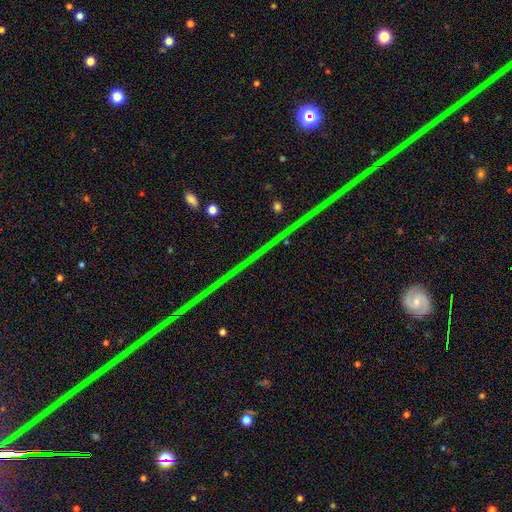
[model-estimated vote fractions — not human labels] This is clearly a star or artifact rather than a galaxy (83%).